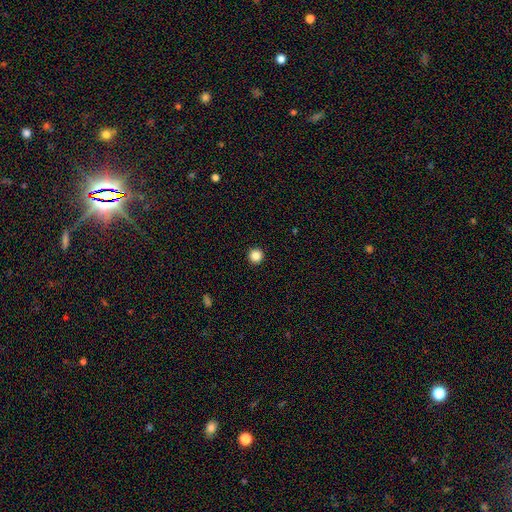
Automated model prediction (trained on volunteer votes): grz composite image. It shows a smooth galaxy with no disk features (86%) that is round (97%). Merging: none (94%).